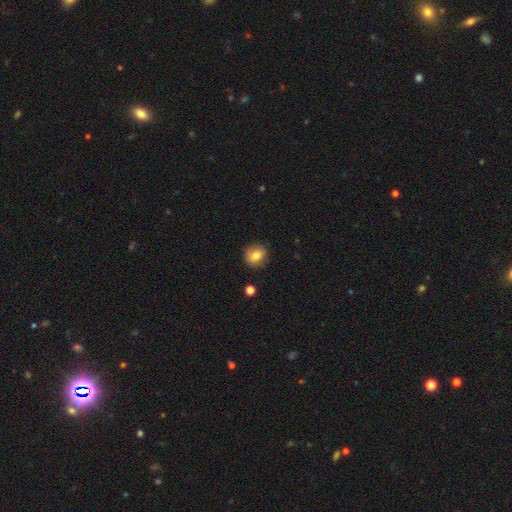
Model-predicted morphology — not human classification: This is likely a smooth galaxy (74%). How rounded: likely round (69%). Merging: likely none (79%).